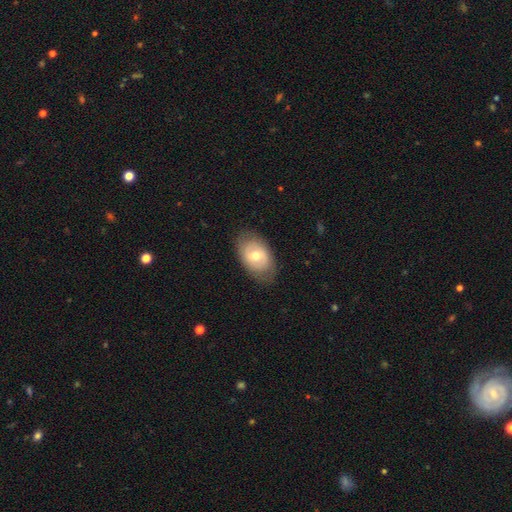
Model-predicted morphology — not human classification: smooth_or_featured: smooth (p=0.52) [alt: featured or disk p=0.41]
how_rounded: in between (p=0.83) [alt: round p=0.16]
merging: none (p=0.78) [alt: minor disturbance p=0.16]